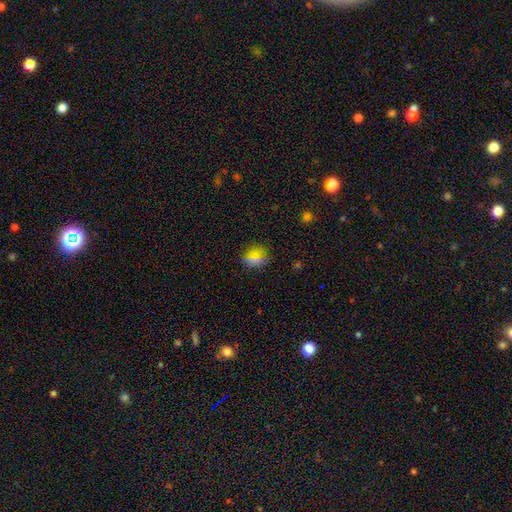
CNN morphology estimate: Smooth or featured: smooth — 69% (star or artifact — 23%)
How rounded: round — 69% (in between — 27%)
Merging: none — 81% (minor disturbance — 12%)